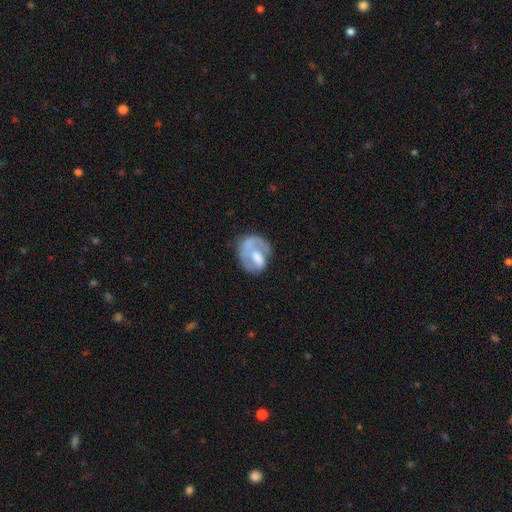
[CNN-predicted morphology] Overall: featured or disk (50%; smooth 43%). Edge-on disk: no (97%). Merging: none (42%; major disturbance 28%).